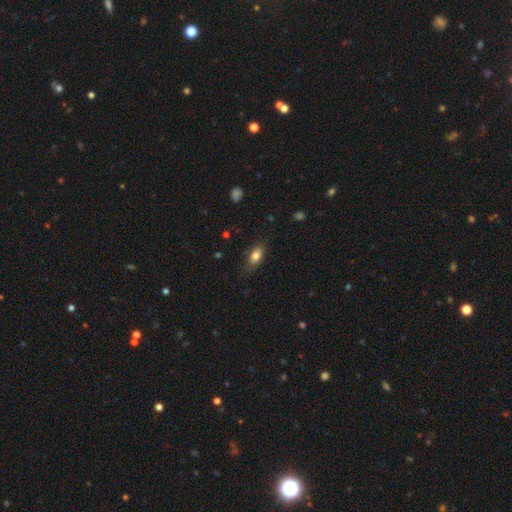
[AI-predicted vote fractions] Smooth or featured? Predicted: smooth (p=0.81). How rounded? Predicted: in between (p=0.86). Merging? Predicted: none (p=0.71).